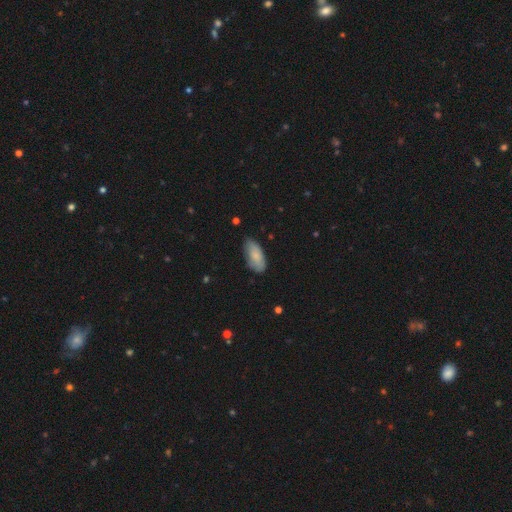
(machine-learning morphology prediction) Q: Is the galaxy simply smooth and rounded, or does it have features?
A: smooth — 81%.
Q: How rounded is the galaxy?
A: in between — 89%.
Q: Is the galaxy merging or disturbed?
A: none — 71%.